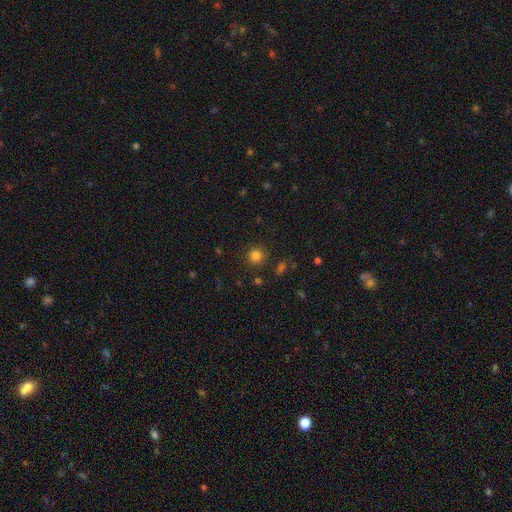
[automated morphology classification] This is clearly a smooth galaxy (80%). How rounded: clearly round (93%). Merging: clearly none (88%).